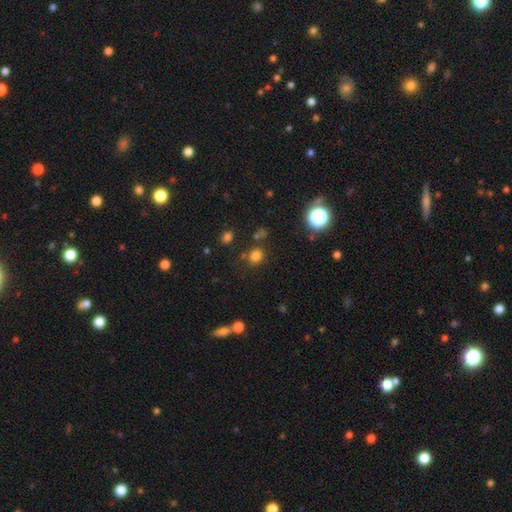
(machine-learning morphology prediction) Q: Smooth or featured?
A: smooth (75%); runner-up: star or artifact (19%)
Q: How rounded?
A: round (69%); runner-up: in between (30%)
Q: Merging?
A: none (76%); runner-up: minor disturbance (11%)